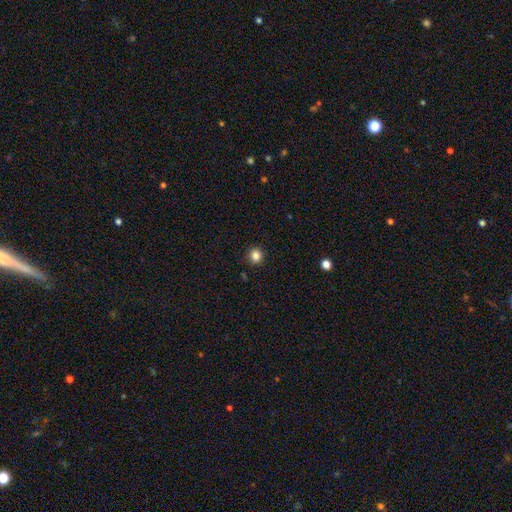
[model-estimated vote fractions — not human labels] The model was most divided on "smooth or featured": smooth: 84%, star or artifact: 12%, featured or disk: 4%. More confident: how rounded — round (93%); merging — none (92%).